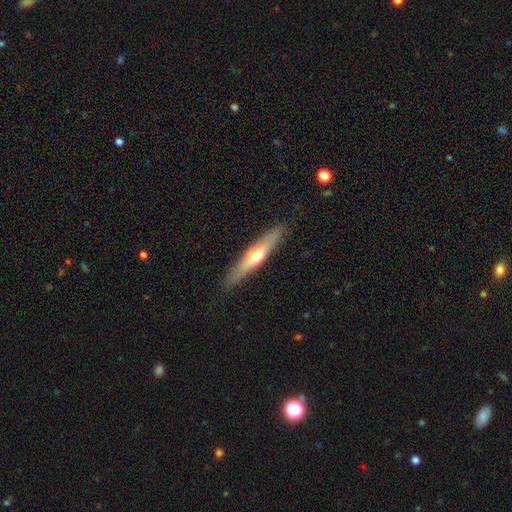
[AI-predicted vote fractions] Smooth or featured? Predicted: featured or disk (p=0.52). Edge-on disk? Predicted: yes (p=0.91). Merging? Predicted: none (p=0.89).